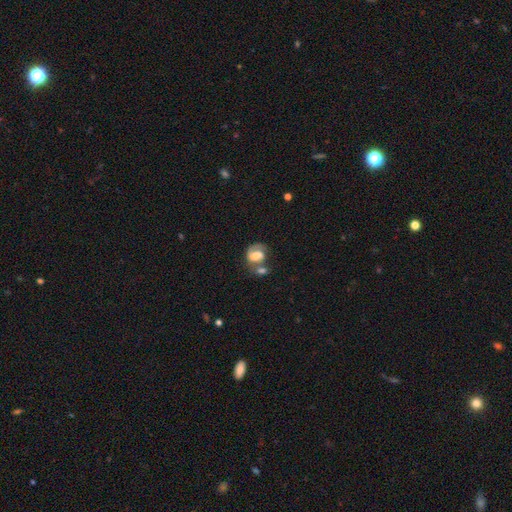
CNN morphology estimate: The model was most divided on "bar": no: 45%, weak: 39%, strong: 16%. Remaining: edge-on disk — no (97%); spiral arms — yes (76%); smooth or featured — featured or disk (56%); bulge size — moderate (51%); merging — merger (40%).